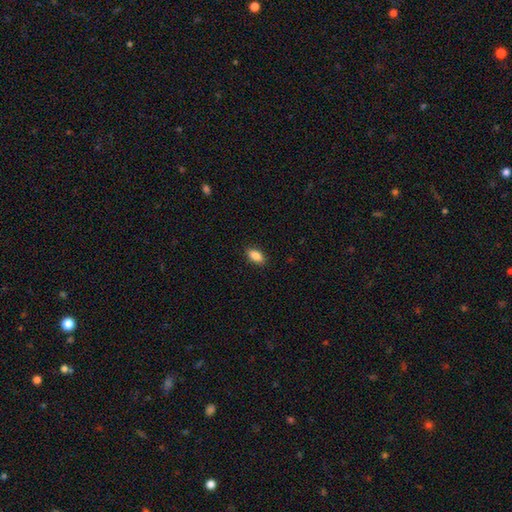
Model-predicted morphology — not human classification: smooth_or_featured: smooth (p=0.87) [alt: star or artifact p=0.08]
how_rounded: in between (p=0.89) [alt: cigar-shaped p=0.06]
merging: none (p=0.88) [alt: minor disturbance p=0.09]